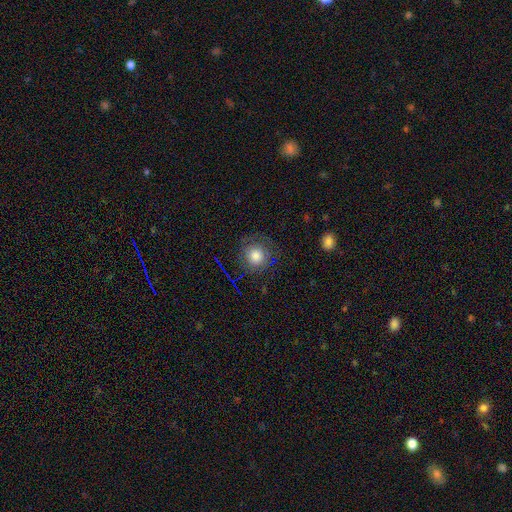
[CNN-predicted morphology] Smooth or featured?
  - smooth: 72% *
  - featured or disk: 15%
  - star or artifact: 13%
How rounded?
  - round: 91% *
  - in between: 8%
  - cigar-shaped: 1%
Merging?
  - none: 77% *
  - minor disturbance: 14%
  - major disturbance: 7%
  - merger: 2%